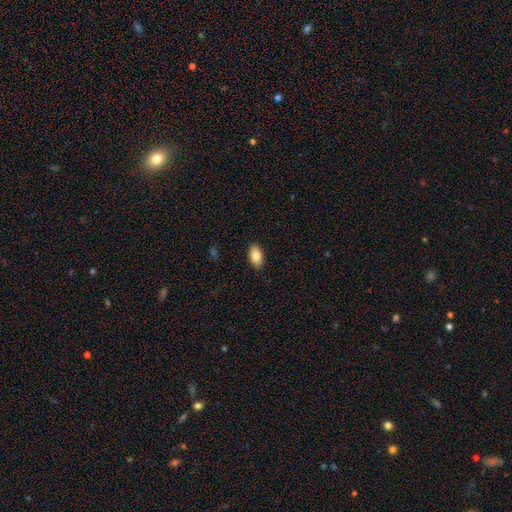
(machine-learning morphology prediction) smooth_or_featured: smooth (p=0.86) [alt: featured or disk p=0.07]
how_rounded: in between (p=0.93) [alt: round p=0.04]
merging: none (p=0.89) [alt: minor disturbance p=0.08]